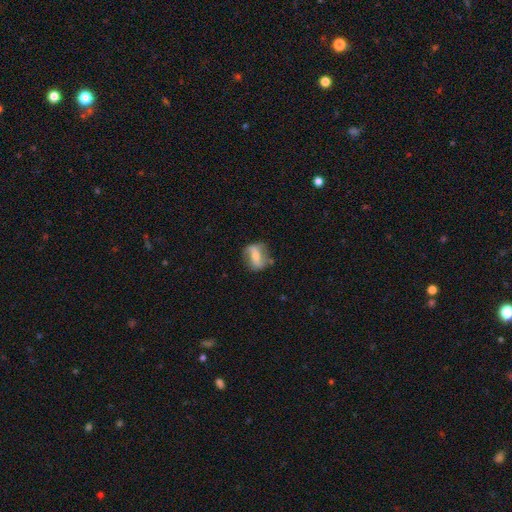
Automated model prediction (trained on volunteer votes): Overall: featured or disk (54%; smooth 38%). Edge-on disk: no (89%). Merging: none (64%).